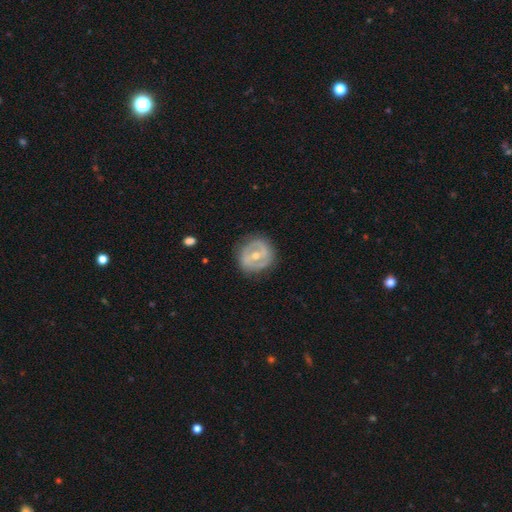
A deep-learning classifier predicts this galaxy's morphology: Overall: featured or disk (69%). Edge-on disk: no (96%). Bar: weak (40%; no 34%). Spiral arms: no (53%; yes 47%). Bulge size: moderate (66%; small 31%). Merging: none (81%).